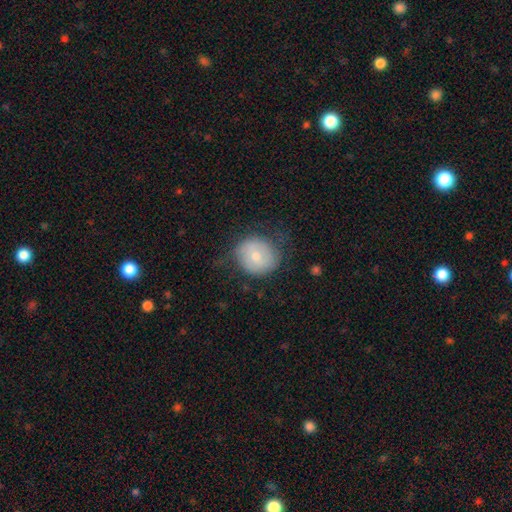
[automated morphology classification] smooth_or_featured: smooth (p=0.60) [alt: featured or disk p=0.33]
how_rounded: round (p=0.82) [alt: in between p=0.17]
merging: none (p=0.61) [alt: minor disturbance p=0.25]